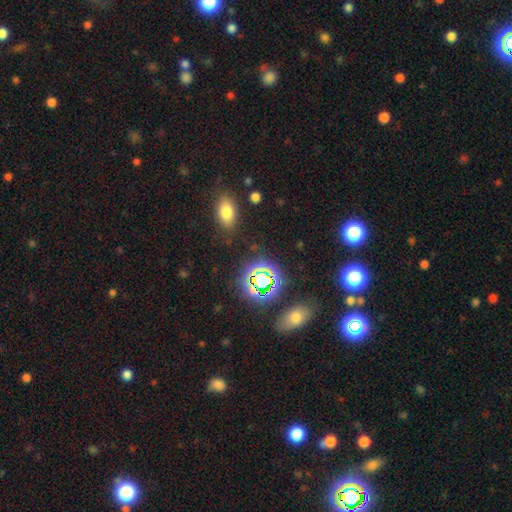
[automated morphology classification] Overall: star or artifact (45%; smooth 44%).